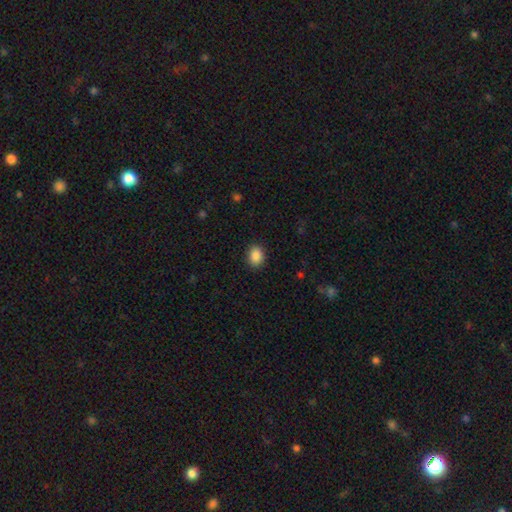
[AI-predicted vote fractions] The model was most divided on "how rounded": in between: 61%, round: 38%, cigar-shaped: 1%. More confident: merging — none (89%); smooth or featured — smooth (88%).